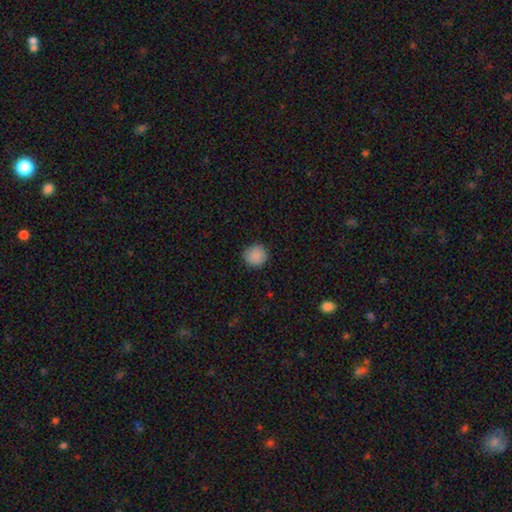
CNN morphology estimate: smooth-or-featured: smooth: 89% | star or artifact: 8% | featured or disk: 3%
  how-rounded: round: 92% | in between: 7% | cigar-shaped: 1%
  merging: none: 89% | minor disturbance: 8% | major disturbance: 2% | merger: 1%